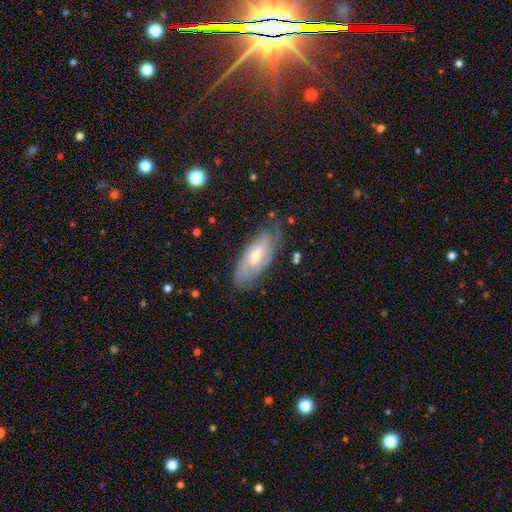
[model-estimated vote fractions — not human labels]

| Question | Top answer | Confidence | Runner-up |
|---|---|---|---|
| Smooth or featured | featured or disk | 71% | smooth (22%) |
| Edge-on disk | no | 86% | yes (14%) |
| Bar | no | 61% | weak (33%) |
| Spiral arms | yes | 89% | no (11%) |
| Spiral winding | tight | 60% | medium (31%) |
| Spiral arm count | can't tell | 49% | 2 (29%) |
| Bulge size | moderate | 50% | small (45%) |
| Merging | none | 71% | minor disturbance (21%) |